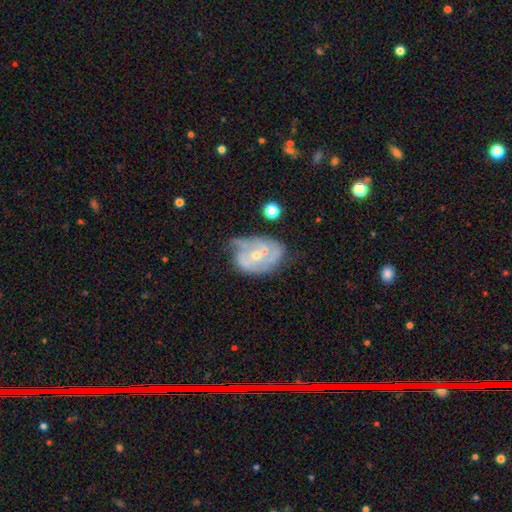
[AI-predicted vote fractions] smooth_or_featured: featured or disk (p=0.78) [alt: smooth p=0.15]
disk_edge_on: no (p=0.97) [alt: yes p=0.03]
bar: no (p=0.65) [alt: weak p=0.27]
has_spiral_arms: yes (p=0.84) [alt: no p=0.16]
spiral_winding: tight (p=0.46) [alt: medium p=0.38]
spiral_arm_count: 2 (p=0.42) [alt: can't tell p=0.29]
bulge_size: small (p=0.57) [alt: moderate p=0.40]
merging: none (p=0.44) [alt: minor disturbance p=0.29]